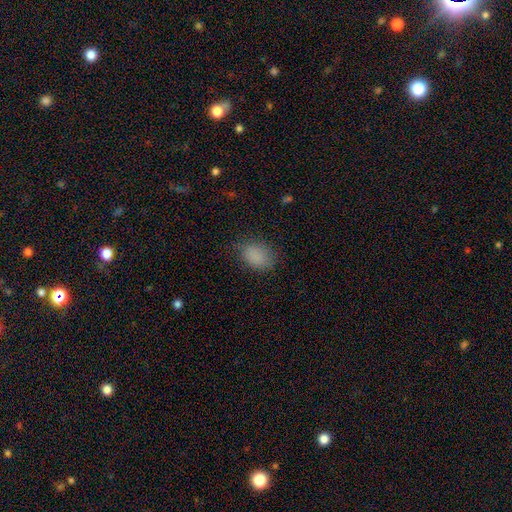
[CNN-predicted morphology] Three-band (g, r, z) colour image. It shows a smooth galaxy with no disk features (85%) that is in between round and cigar-shaped (75%). Merging: none (76%).